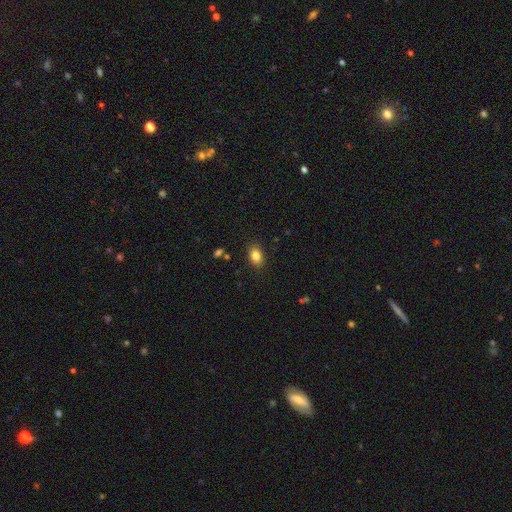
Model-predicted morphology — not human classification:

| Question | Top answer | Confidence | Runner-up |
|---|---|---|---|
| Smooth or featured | smooth | 84% | star or artifact (9%) |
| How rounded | in between | 81% | round (18%) |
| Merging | none | 87% | minor disturbance (9%) |